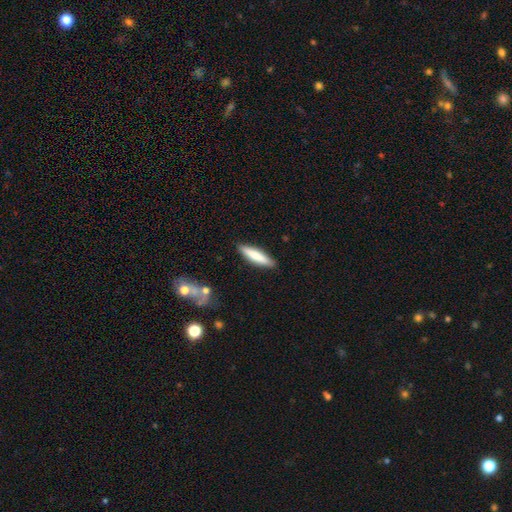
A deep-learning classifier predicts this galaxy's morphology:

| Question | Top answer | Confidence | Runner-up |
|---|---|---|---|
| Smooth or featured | smooth | 78% | featured or disk (17%) |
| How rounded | cigar-shaped | 78% | in between (21%) |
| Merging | none | 88% | minor disturbance (9%) |